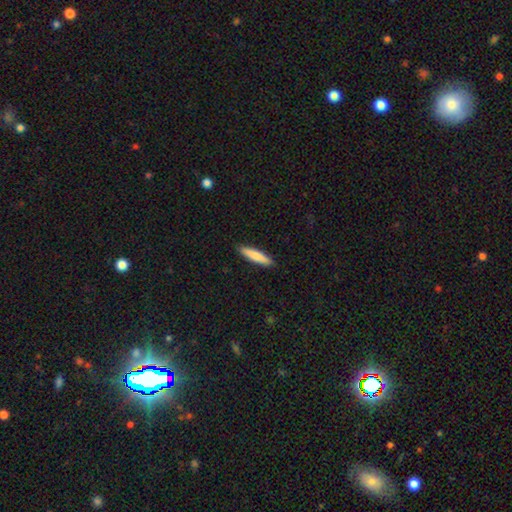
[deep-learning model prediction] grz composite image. It shows a smooth galaxy with no disk features (78%) that is cigar-shaped (85%). Merging: none (90%).